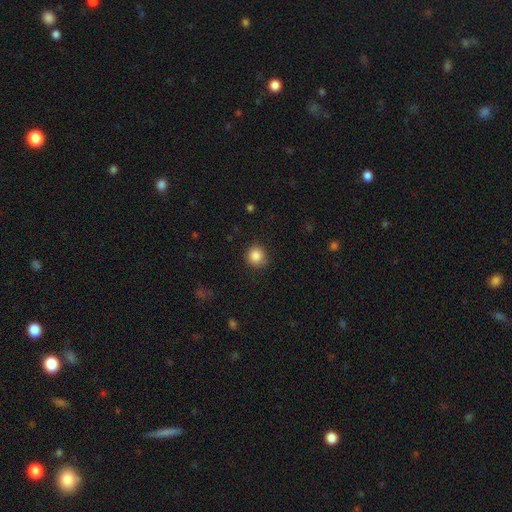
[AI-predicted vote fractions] smooth-or-featured: smooth: 86% | star or artifact: 10% | featured or disk: 4%
  how-rounded: round: 92% | in between: 7% | cigar-shaped: 1%
  merging: none: 86% | minor disturbance: 10% | major disturbance: 3% | merger: 1%